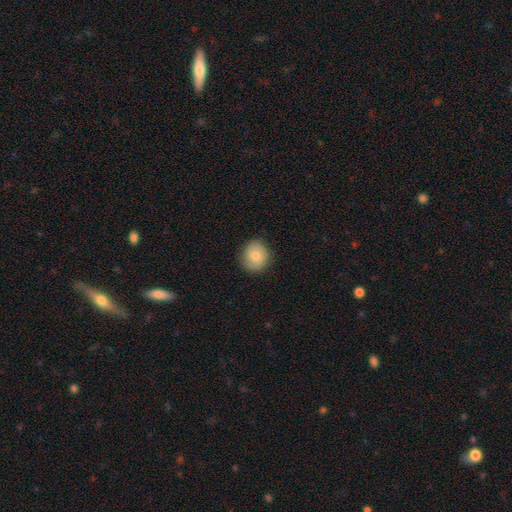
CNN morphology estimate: smooth-or-featured: smooth: 76% | featured or disk: 17% | star or artifact: 8%
  how-rounded: round: 83% | in between: 17% | cigar-shaped: 1%
  merging: none: 83% | minor disturbance: 13% | major disturbance: 3% | merger: 1%